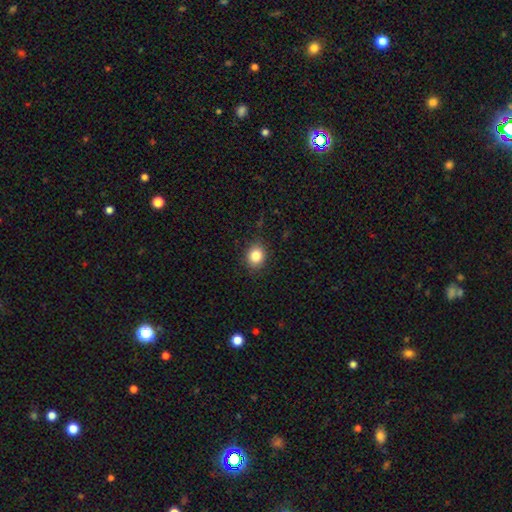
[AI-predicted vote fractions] A smooth galaxy with no disk features (85%) that is round (68%).

Vote fractions:
- Smooth or featured? smooth: 85% / star or artifact: 10% / featured or disk: 5%
- How rounded? round: 68% / in between: 31% / cigar-shaped: 1%
- Merging? none: 88% / minor disturbance: 9% / major disturbance: 2% / merger: 1%